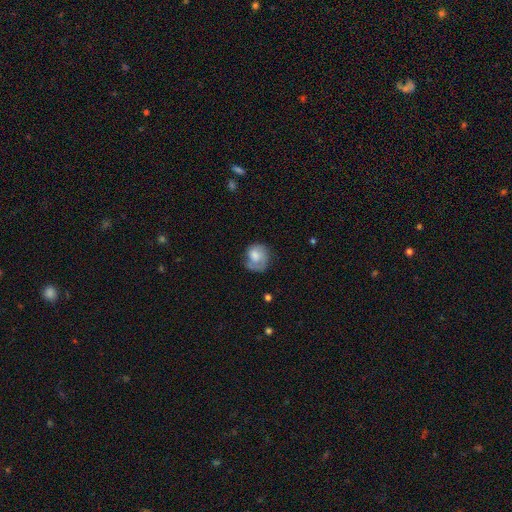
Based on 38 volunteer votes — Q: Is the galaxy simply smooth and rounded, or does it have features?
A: featured or disk — 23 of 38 (61%).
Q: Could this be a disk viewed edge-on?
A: no — 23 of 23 (100%).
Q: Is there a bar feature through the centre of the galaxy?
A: no — 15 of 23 (65%).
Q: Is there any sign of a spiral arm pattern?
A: yes — 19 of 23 (83%).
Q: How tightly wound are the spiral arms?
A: tight — 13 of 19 (68%).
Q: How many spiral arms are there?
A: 1 — 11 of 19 (58%).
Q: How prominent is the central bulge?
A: large — 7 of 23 (30%).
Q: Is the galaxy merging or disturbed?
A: none — 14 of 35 (40%).